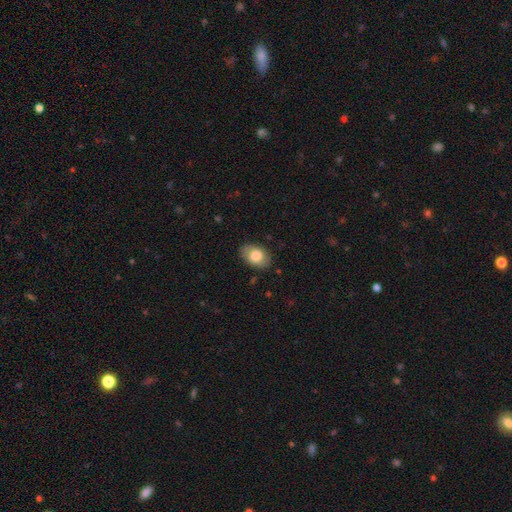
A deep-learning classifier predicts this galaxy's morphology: smooth 78%, featured or disk 16%, star or artifact 7%. Down the decision tree: how rounded — in between (84%); merging — none (83%).